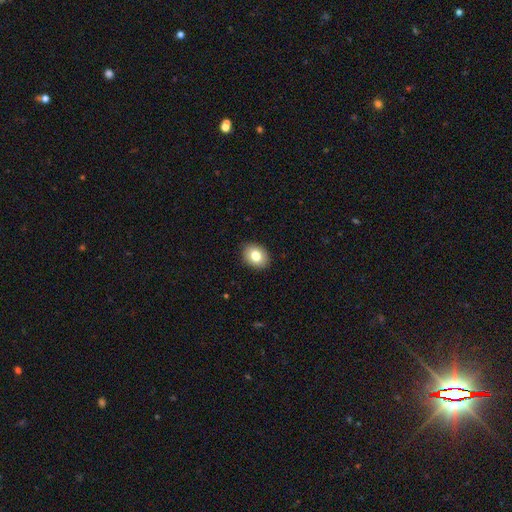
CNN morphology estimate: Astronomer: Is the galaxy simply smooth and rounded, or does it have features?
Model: smooth — 80%.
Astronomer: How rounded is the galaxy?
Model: in between — 55% (runner-up: round, 45%).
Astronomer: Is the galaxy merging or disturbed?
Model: none — 89%.